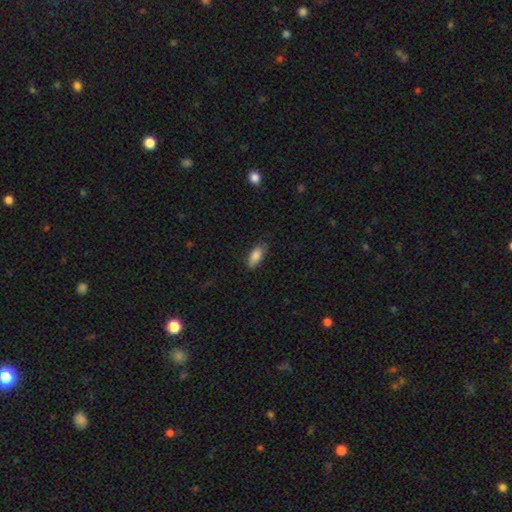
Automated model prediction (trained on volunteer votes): A smooth galaxy with no disk features (85%) that is in between round and cigar-shaped (84%). Merging: none (76%).